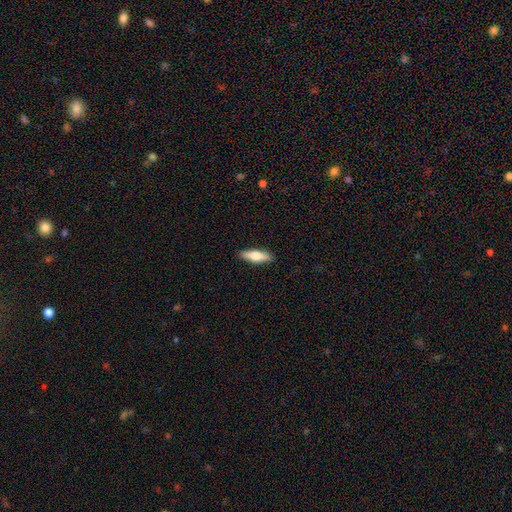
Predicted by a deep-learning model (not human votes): smooth 67%, featured or disk 28%, star or artifact 6%. Down the decision tree: how rounded — cigar-shaped (51%); merging — none (90%).